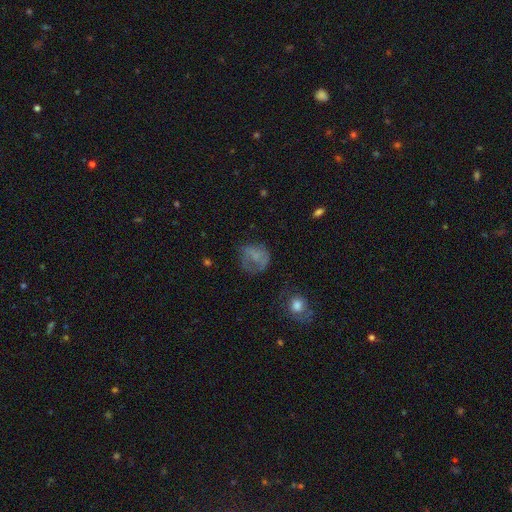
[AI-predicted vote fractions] smooth_or_featured: smooth (p=0.57) [alt: featured or disk p=0.29]
how_rounded: round (p=0.69) [alt: in between p=0.30]
merging: none (p=0.46) [alt: major disturbance p=0.26]